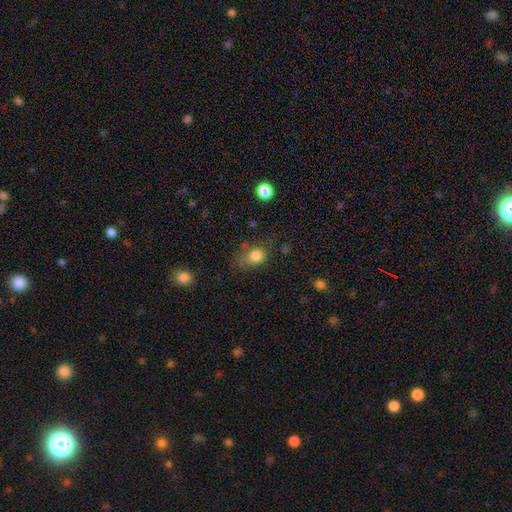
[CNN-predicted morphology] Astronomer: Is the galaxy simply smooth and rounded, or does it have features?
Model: smooth — 80%.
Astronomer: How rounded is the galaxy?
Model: in between — 54% (runner-up: round, 44%).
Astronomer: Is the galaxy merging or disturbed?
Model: none — 50% (runner-up: minor disturbance, 29%).